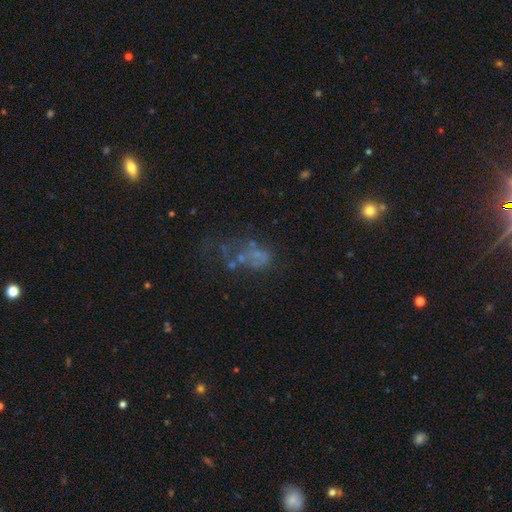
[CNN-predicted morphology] Smooth or featured?
  - featured or disk: 46% *
  - smooth: 31%
  - star or artifact: 23%
Merging?
  - major disturbance: 34% *
  - none: 32%
  - merger: 19%
  - minor disturbance: 16%